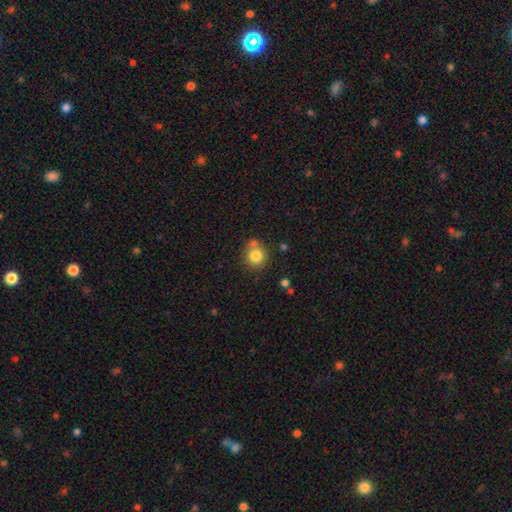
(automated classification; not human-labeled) smooth-or-featured: smooth: 81% | star or artifact: 11% | featured or disk: 8%
  how-rounded: round: 90% | in between: 9% | cigar-shaped: 1%
  merging: none: 66% | merger: 18% | minor disturbance: 12% | major disturbance: 4%